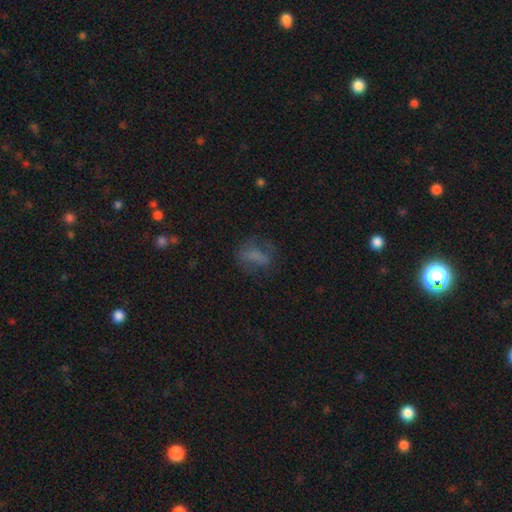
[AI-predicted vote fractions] Smooth or featured?
  - smooth: 58% *
  - featured or disk: 25%
  - star or artifact: 17%
How rounded?
  - in between: 70% *
  - round: 19%
  - cigar-shaped: 11%
Merging?
  - none: 52% *
  - major disturbance: 23%
  - minor disturbance: 22%
  - merger: 3%